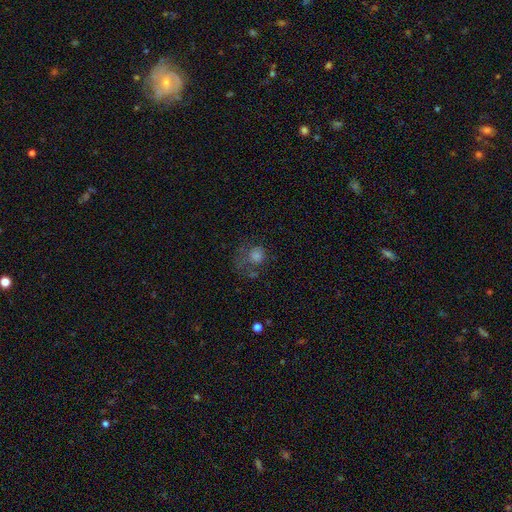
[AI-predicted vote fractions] Q: Smooth or featured?
A: smooth (52%); runner-up: featured or disk (25%)
Q: How rounded?
A: round (71%); runner-up: in between (28%)
Q: Merging?
A: none (40%); runner-up: major disturbance (36%)